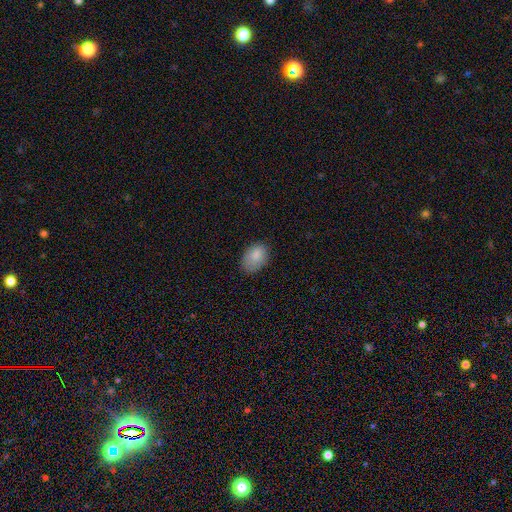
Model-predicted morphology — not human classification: Smooth or featured?
  - smooth: 85% *
  - star or artifact: 8%
  - featured or disk: 7%
How rounded?
  - in between: 85% *
  - round: 14%
  - cigar-shaped: 1%
Merging?
  - none: 73% *
  - minor disturbance: 21%
  - major disturbance: 5%
  - merger: 1%